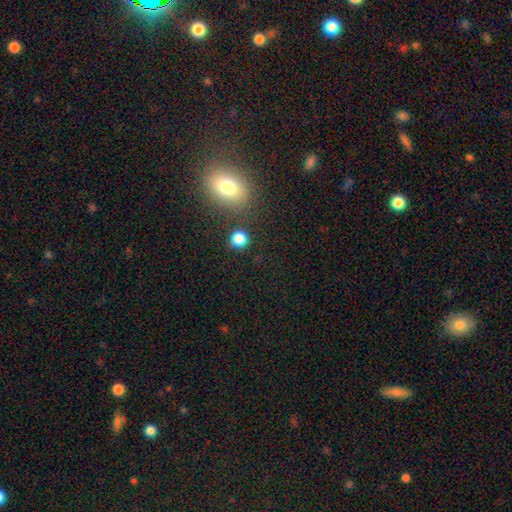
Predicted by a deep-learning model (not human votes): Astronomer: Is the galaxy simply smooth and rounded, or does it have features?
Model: smooth — 68%.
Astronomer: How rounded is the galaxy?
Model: in between — 59% (runner-up: round, 38%).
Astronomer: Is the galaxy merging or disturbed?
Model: none — 84%.